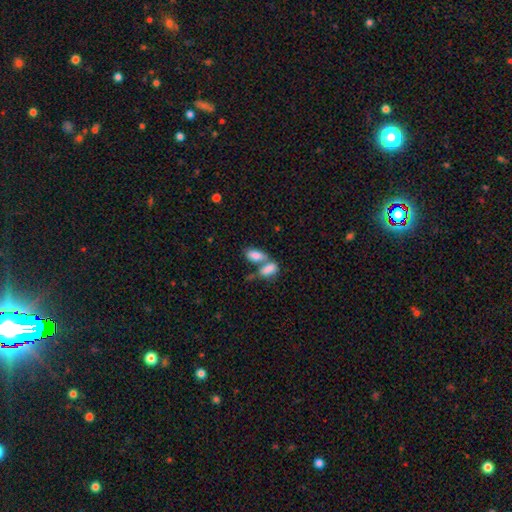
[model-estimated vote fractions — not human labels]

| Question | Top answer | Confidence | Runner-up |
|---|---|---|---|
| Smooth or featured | smooth | 83% | featured or disk (10%) |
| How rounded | in between | 90% | cigar-shaped (7%) |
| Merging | merger | 61% | none (27%) |